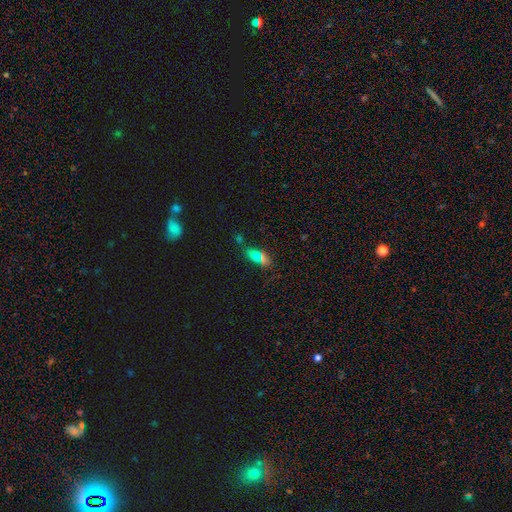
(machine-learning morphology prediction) Smooth or featured? Predicted: smooth (p=0.58). How rounded? Predicted: in between (p=0.73). Merging? Predicted: none (p=0.64).